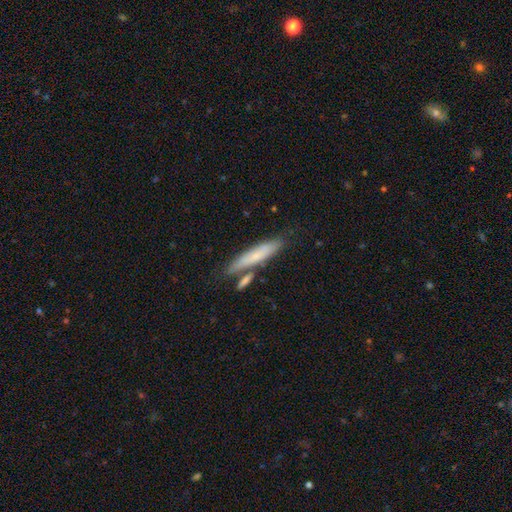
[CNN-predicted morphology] Smooth or featured? smooth (64%)
How rounded? cigar-shaped (85%)
Merging? none (65%)